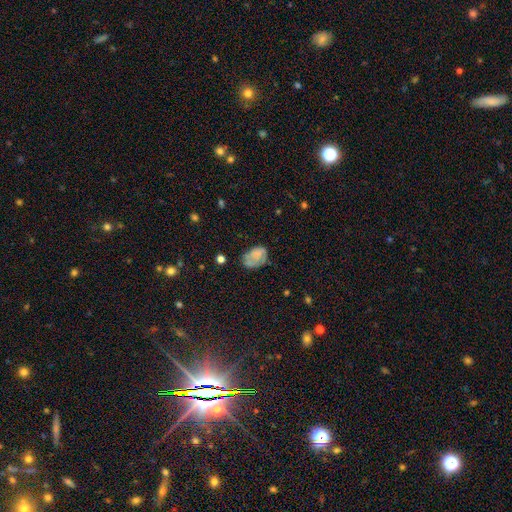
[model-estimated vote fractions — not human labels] smooth 59%, featured or disk 30%, star or artifact 11%. Down the decision tree: how rounded — in between (82%); merging — none (45%).